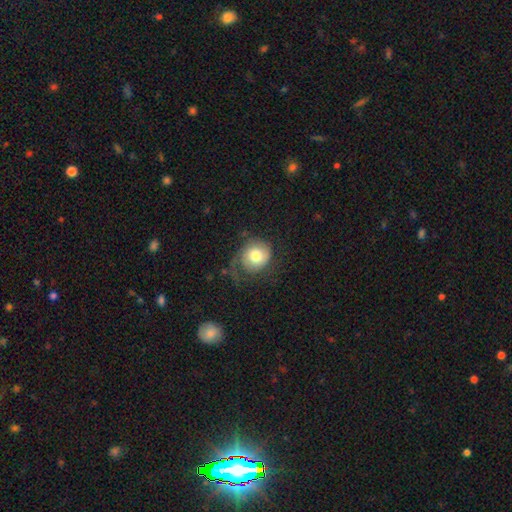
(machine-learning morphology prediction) smooth-or-featured: smooth: 60% | featured or disk: 32% | star or artifact: 8%
  how-rounded: round: 78% | in between: 21% | cigar-shaped: 1%
  merging: none: 44% | major disturbance: 28% | minor disturbance: 26% | merger: 2%